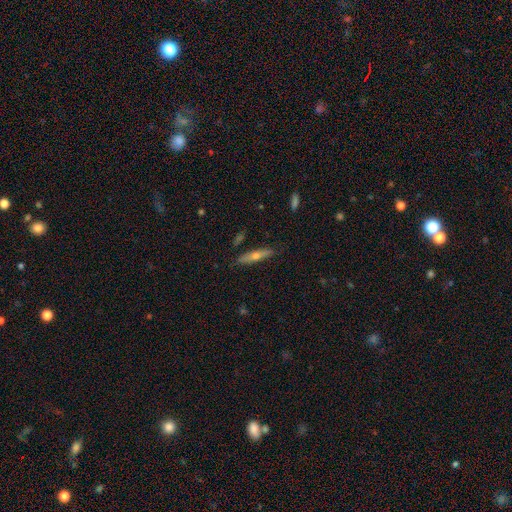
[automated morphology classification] Smooth or featured? Predicted: featured or disk (p=0.55). Edge-on disk? Predicted: yes (p=0.91). Edge-on bulge? Predicted: rounded (p=0.86). Merging? Predicted: none (p=0.87).